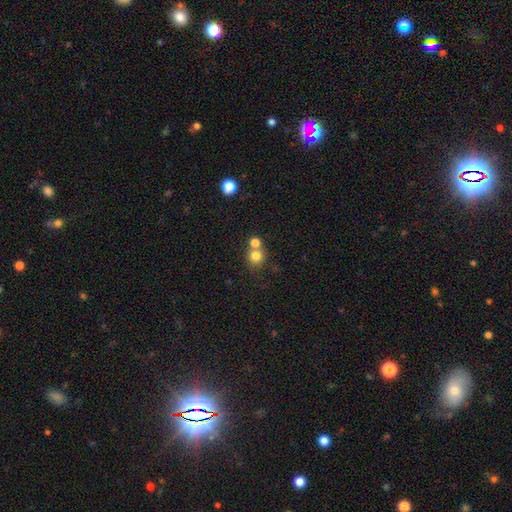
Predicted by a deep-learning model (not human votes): Overall: smooth (79%). How rounded: round (89%). Merging: none (52%; merger 39%).